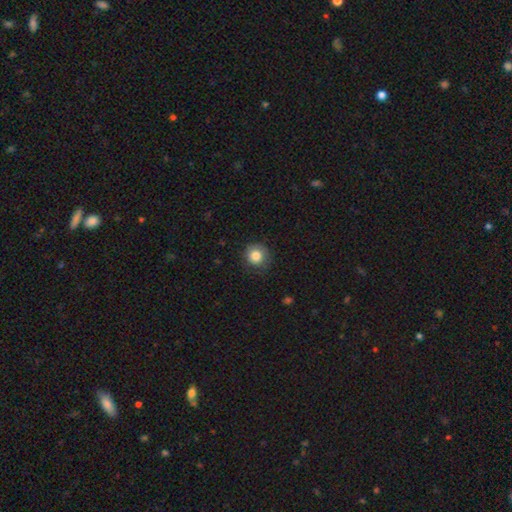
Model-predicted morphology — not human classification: A smooth galaxy with no disk features (85%) that is round (92%).

Vote fractions:
- Smooth or featured? smooth: 85% / star or artifact: 10% / featured or disk: 6%
- How rounded? round: 92% / in between: 7% / cigar-shaped: 1%
- Merging? none: 80% / minor disturbance: 15% / major disturbance: 4% / merger: 1%